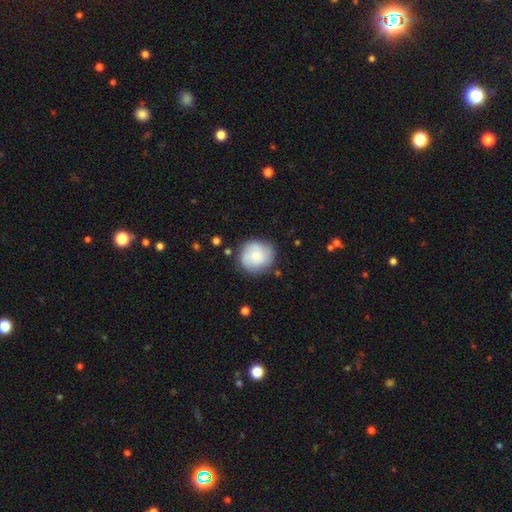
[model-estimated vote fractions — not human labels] Smooth or featured?
  - smooth: 69% *
  - featured or disk: 24%
  - star or artifact: 7%
How rounded?
  - round: 89% *
  - in between: 10%
  - cigar-shaped: 1%
Merging?
  - none: 77% *
  - minor disturbance: 16%
  - major disturbance: 5%
  - merger: 2%